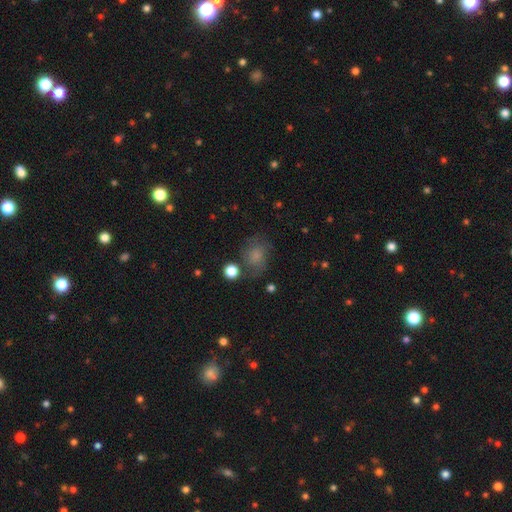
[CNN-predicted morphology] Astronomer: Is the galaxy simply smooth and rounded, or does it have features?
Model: smooth — 64%.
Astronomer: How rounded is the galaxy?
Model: round — 51% (runner-up: in between, 48%).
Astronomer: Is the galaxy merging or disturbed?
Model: none — 56%.